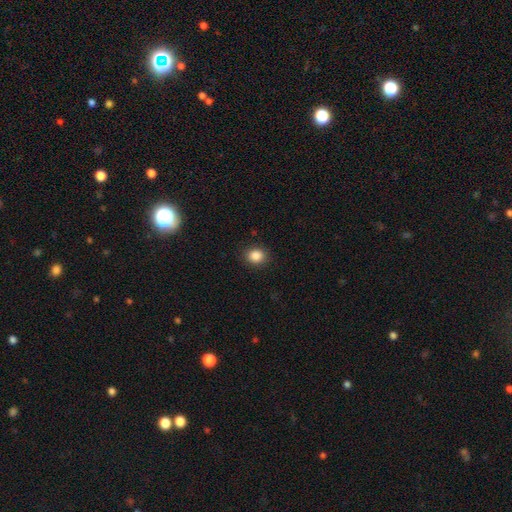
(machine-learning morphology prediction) Smooth or featured? smooth (86%)
How rounded? round (65%)
Merging? none (89%)